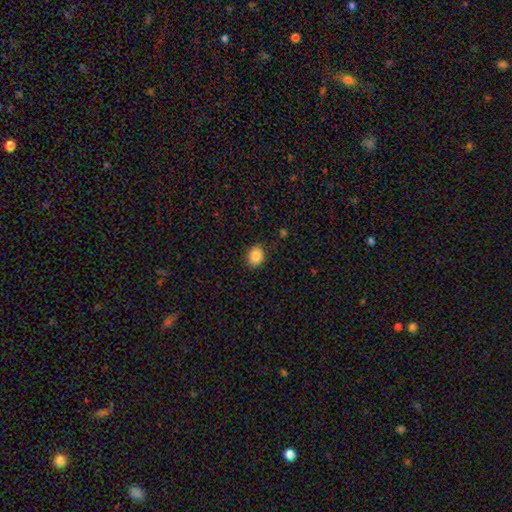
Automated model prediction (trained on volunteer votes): smooth-or-featured: smooth: 86% | star or artifact: 8% | featured or disk: 5%
  how-rounded: in between: 59% | round: 40% | cigar-shaped: 1%
  merging: none: 86% | minor disturbance: 11% | major disturbance: 3% | merger: 1%